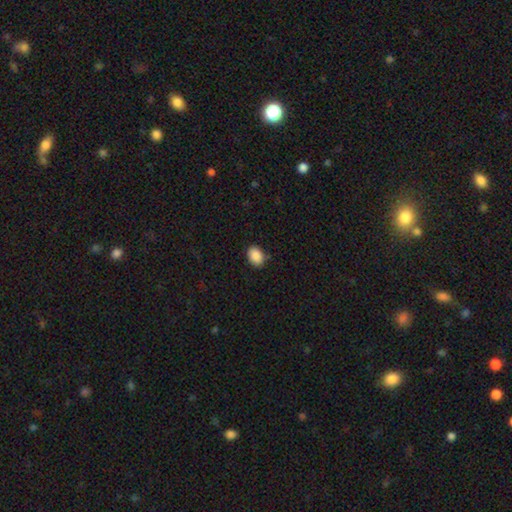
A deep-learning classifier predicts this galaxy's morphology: Q: Smooth or featured?
A: smooth (90%); runner-up: star or artifact (7%)
Q: How rounded?
A: in between (78%); runner-up: round (21%)
Q: Merging?
A: none (86%); runner-up: minor disturbance (11%)